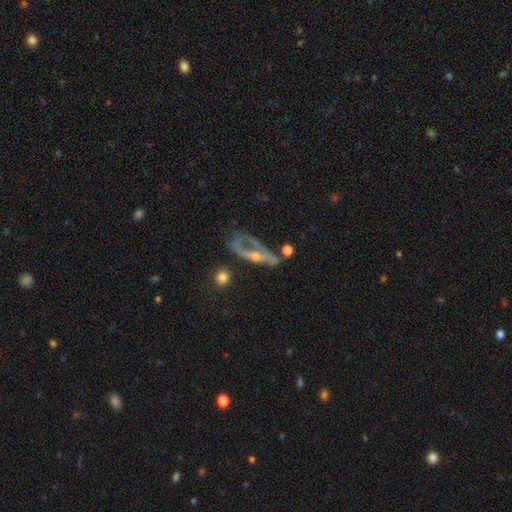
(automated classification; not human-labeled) smooth-or-featured: featured or disk: 68% | smooth: 21% | star or artifact: 11%
  disk-edge-on: no: 67% | yes: 33%
  merging: none: 33% (tied) | major disturbance: 33% (tied) | minor disturbance: 19% | merger: 14%